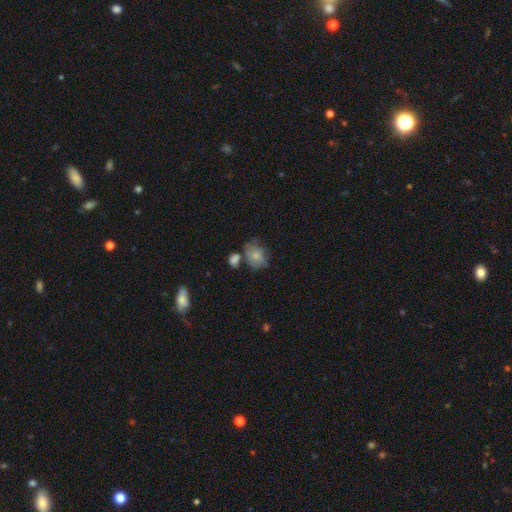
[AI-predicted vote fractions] This is likely a smooth galaxy (66%). How rounded: possibly in between (53%). Merging: marginally none (42%).